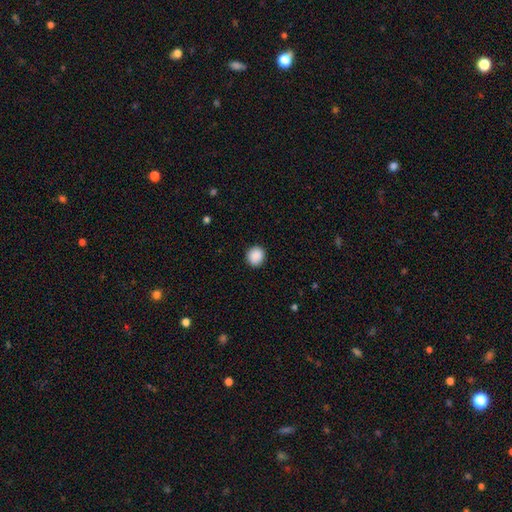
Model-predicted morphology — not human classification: This appears to be a smooth galaxy with no disk features (89%) that is round (86%). Merging: none (91%).